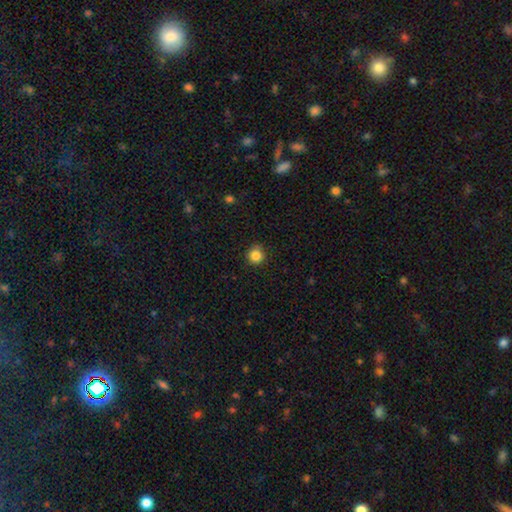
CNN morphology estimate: Q: Smooth or featured?
A: smooth (84%); runner-up: star or artifact (11%)
Q: How rounded?
A: round (92%); runner-up: in between (7%)
Q: Merging?
A: none (84%); runner-up: minor disturbance (12%)